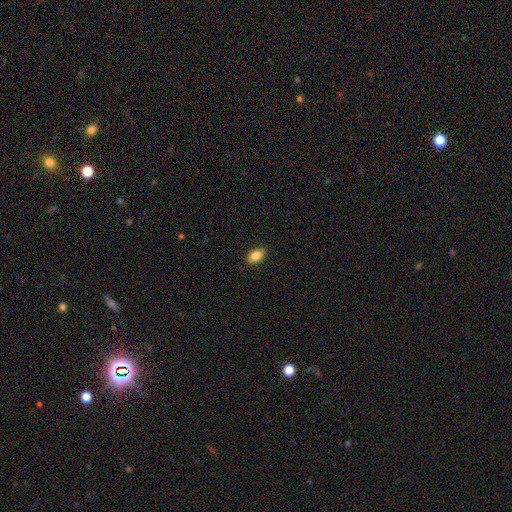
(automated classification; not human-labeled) A smooth galaxy with no disk features (86%) that is in between round and cigar-shaped (91%).

Vote fractions:
- Smooth or featured? smooth: 86% / star or artifact: 8% / featured or disk: 7%
- How rounded? in between: 91% / round: 6% / cigar-shaped: 3%
- Merging? none: 89% / minor disturbance: 8% / major disturbance: 2% / merger: 1%